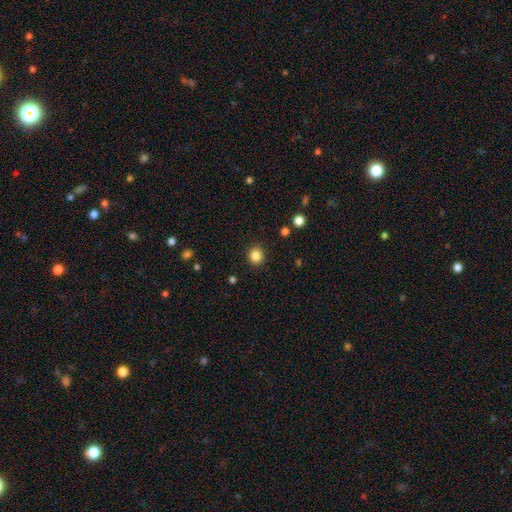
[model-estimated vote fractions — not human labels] Morphology: type=smooth (84%); roundness=round (88%); merging=none (90%).